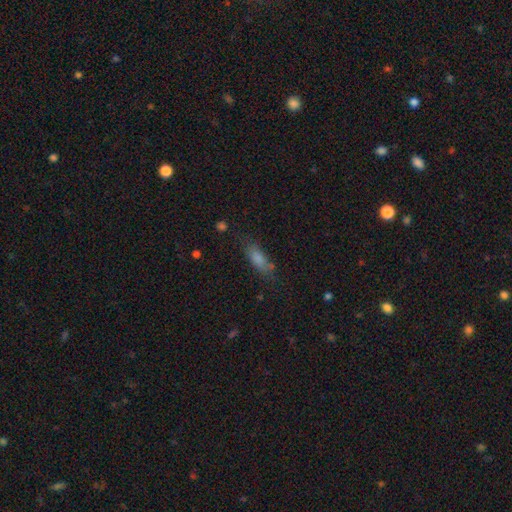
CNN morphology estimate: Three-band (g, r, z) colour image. It shows a smooth galaxy with no disk features (65%) that is in between round and cigar-shaped (51%). Merging: none (71%).